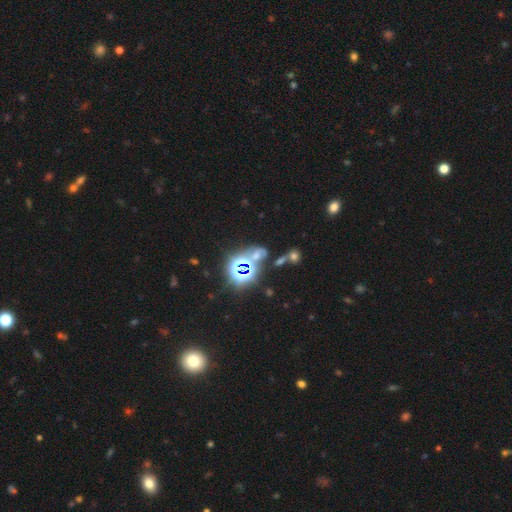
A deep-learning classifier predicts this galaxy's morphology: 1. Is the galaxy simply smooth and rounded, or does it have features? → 59% star or artifact, 27% smooth, 14% featured or disk.